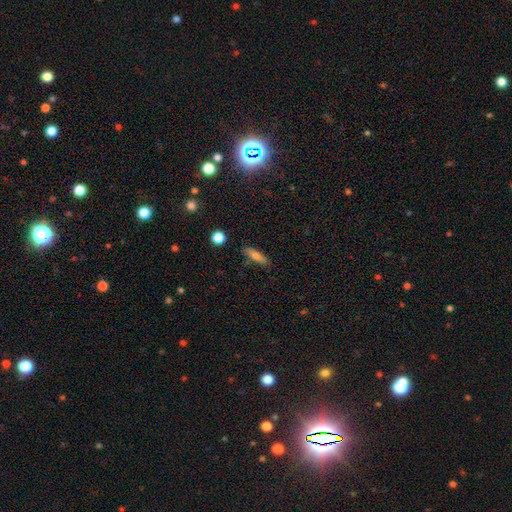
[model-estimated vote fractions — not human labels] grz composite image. It shows a smooth galaxy with no disk features (69%) that is cigar-shaped (73%). Merging: none (84%).